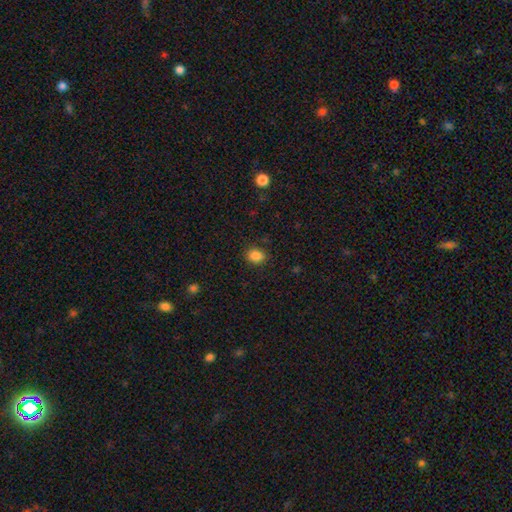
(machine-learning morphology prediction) A smooth galaxy with no disk features (86%) that is in between round and cigar-shaped (56%). Merging: none (86%).